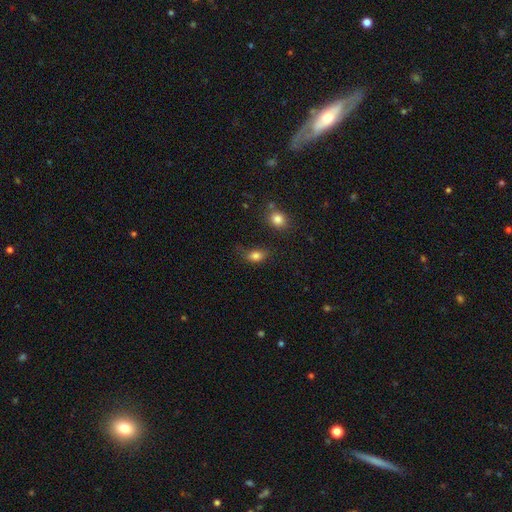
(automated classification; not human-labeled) smooth_or_featured: smooth (p=0.83) [alt: star or artifact p=0.11]
how_rounded: in between (p=0.78) [alt: round p=0.19]
merging: none (p=0.62) [alt: minor disturbance p=0.25]